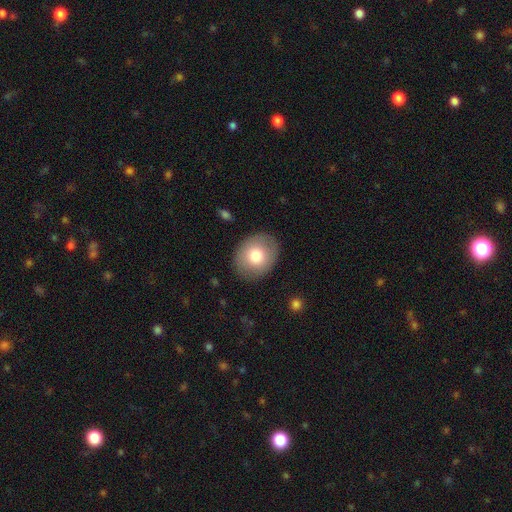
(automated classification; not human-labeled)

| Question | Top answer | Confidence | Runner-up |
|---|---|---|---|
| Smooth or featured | smooth | 76% | featured or disk (17%) |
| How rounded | round | 53% | in between (46%) |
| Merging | none | 87% | minor disturbance (9%) |